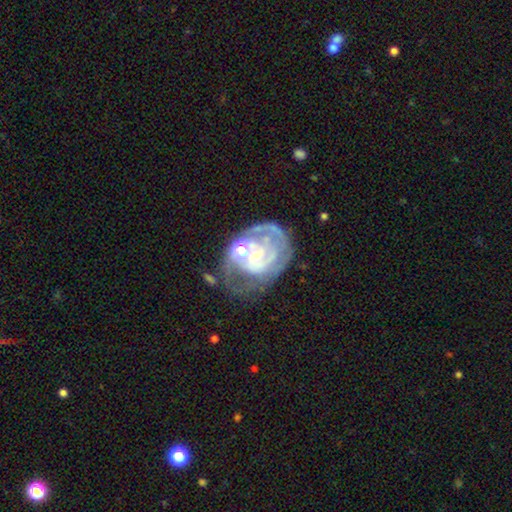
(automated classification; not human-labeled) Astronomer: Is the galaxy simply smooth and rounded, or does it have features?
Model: featured or disk — 77%.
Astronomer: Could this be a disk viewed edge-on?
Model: no — 98%.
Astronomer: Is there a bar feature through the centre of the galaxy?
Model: no — 71%.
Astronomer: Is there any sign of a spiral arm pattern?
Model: yes — 72%.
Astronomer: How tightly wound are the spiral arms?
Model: tight — 57%.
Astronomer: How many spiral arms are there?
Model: can't tell — 43% (runner-up: 2, 26%).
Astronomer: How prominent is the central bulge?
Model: small — 51% (runner-up: moderate, 28%).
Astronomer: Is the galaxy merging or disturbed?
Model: none — 39% (runner-up: major disturbance, 26%).